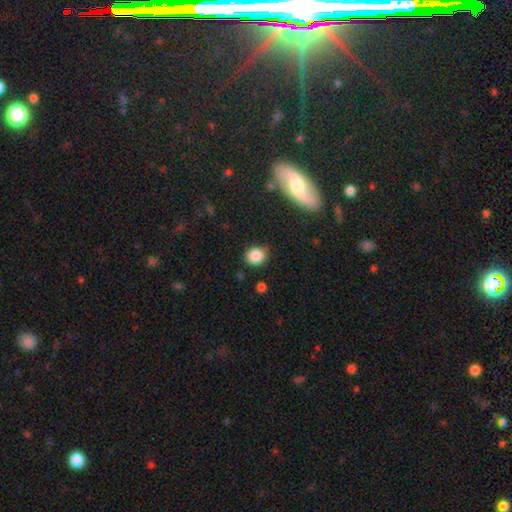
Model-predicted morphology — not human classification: Overall: smooth (85%). How rounded: round (76%). Merging: none (82%).